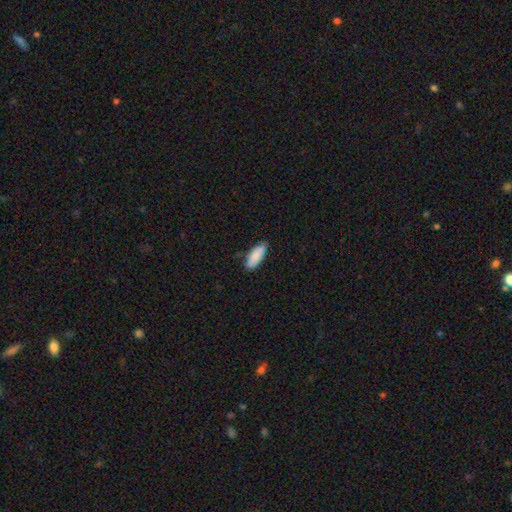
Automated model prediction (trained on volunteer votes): Overall: smooth (87%). How rounded: in between (75%). Merging: none (76%).